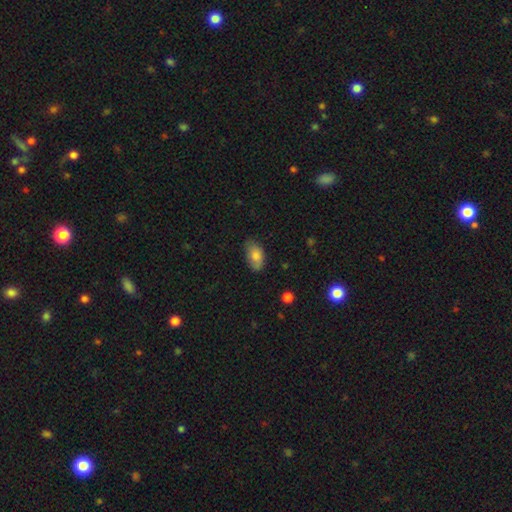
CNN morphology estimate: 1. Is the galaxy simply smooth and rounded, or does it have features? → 83% smooth, 10% featured or disk, 7% star or artifact.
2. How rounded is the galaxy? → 93% in between, 4% round, 3% cigar-shaped.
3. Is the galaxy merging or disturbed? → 72% none, 22% minor disturbance, 4% major disturbance, 1% merger.